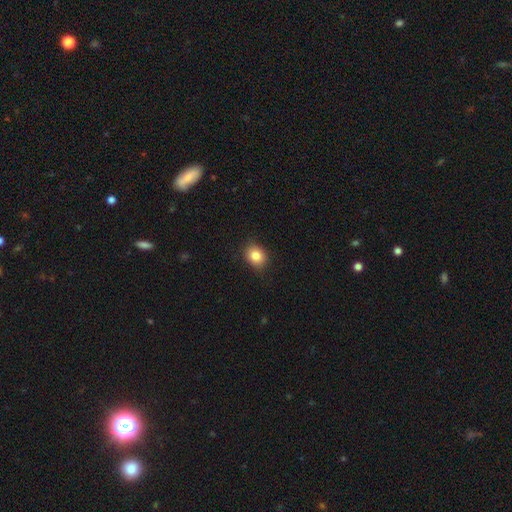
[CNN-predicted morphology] type=smooth (85%); roundness=in between (50%); merging=none (85%).